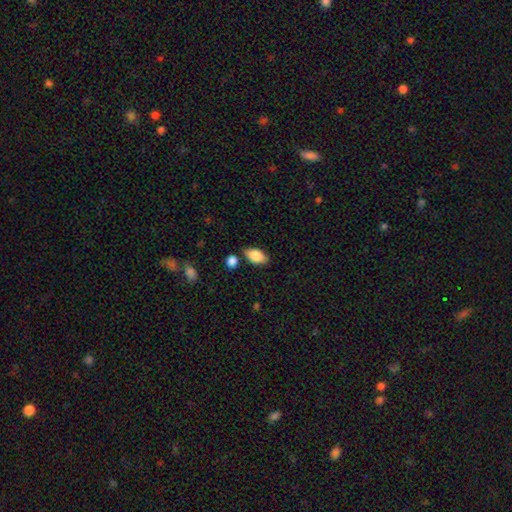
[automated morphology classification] A smooth galaxy with no disk features (84%) that is in between round and cigar-shaped (91%). Merging: none (78%).